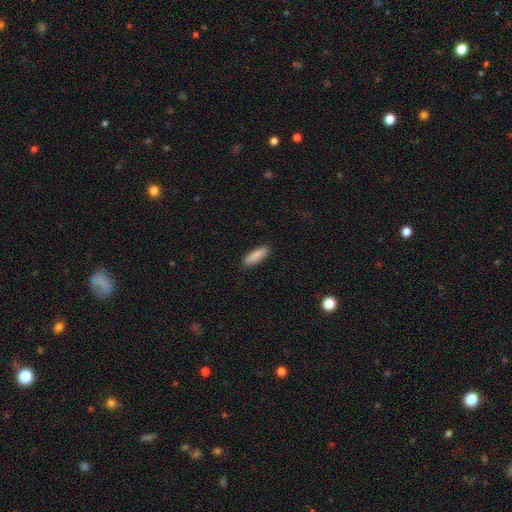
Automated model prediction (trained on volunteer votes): Morphology: type=smooth (89%); roundness=in between (50%); merging=none (89%).